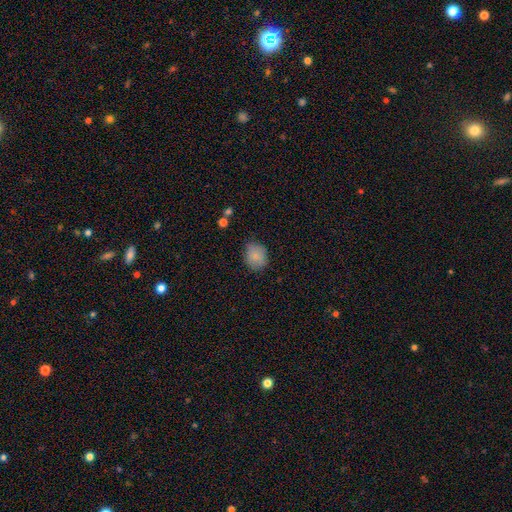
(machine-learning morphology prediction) Overall: smooth (83%). How rounded: round (54%; in between 45%). Merging: none (73%).